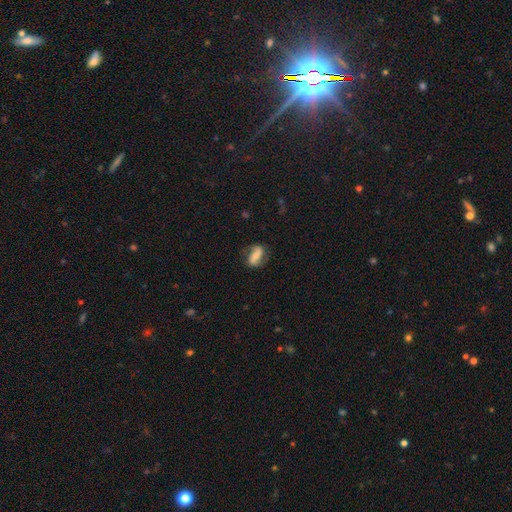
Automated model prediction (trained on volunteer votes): Smooth or featured: featured or disk — 58% (smooth — 34%)
Edge-on disk: no — 93% (yes — 7%)
Bar: strong — 44% (no — 29%)
Spiral arms: yes — 82% (no — 18%)
Bulge size: moderate — 45% (small — 43%)
Merging: none — 73% (minor disturbance — 18%)